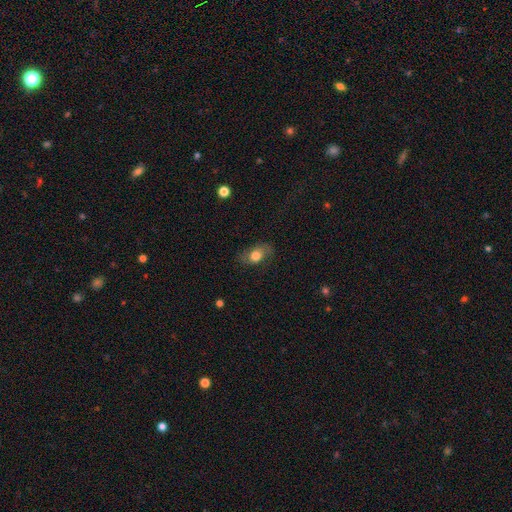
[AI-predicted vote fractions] smooth-or-featured: smooth: 65% | featured or disk: 26% | star or artifact: 9%
  how-rounded: in between: 78% | round: 19% | cigar-shaped: 3%
  merging: none: 69% | minor disturbance: 20% | major disturbance: 9% | merger: 1%